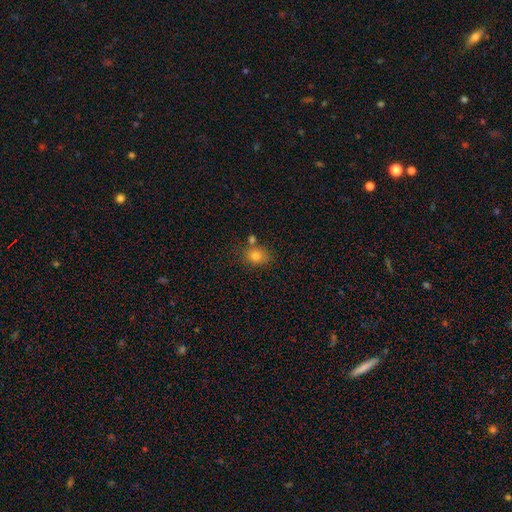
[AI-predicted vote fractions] smooth-or-featured: smooth: 78% | star or artifact: 12% | featured or disk: 9%
  how-rounded: round: 56% | in between: 43% | cigar-shaped: 1%
  merging: none: 66% | merger: 16% | minor disturbance: 14% | major disturbance: 4%